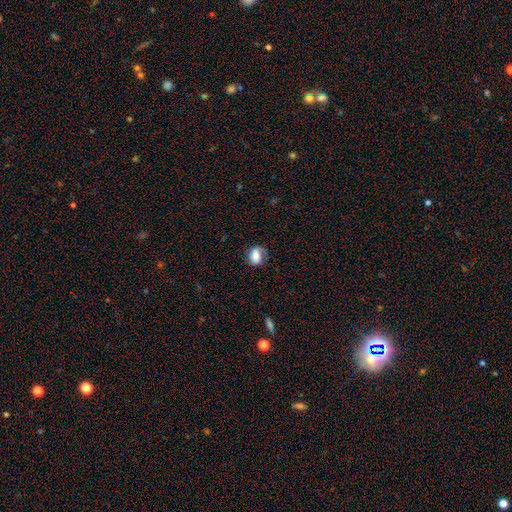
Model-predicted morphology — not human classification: A smooth galaxy with no disk features (73%) that is in between round and cigar-shaped (61%).

Vote fractions:
- Smooth or featured? smooth: 73% / featured or disk: 18% / star or artifact: 9%
- How rounded? in between: 61% / round: 38% / cigar-shaped: 2%
- Merging? none: 67% / minor disturbance: 23% / major disturbance: 8% / merger: 2%